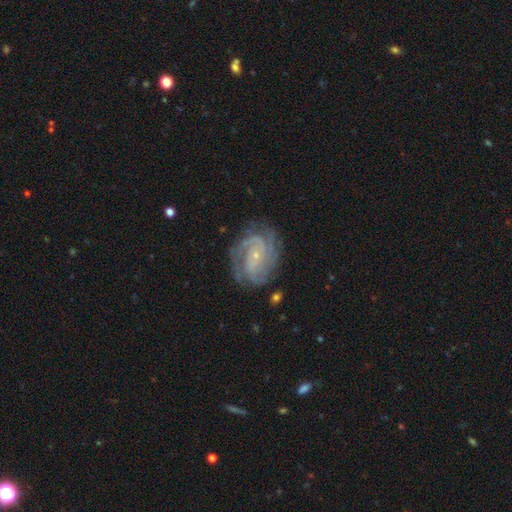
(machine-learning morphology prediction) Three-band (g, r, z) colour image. It shows a featured or disk galaxy (88%) with no bar (62%), 3 (29%) tight (60%) spiral arms (97%) and a small central bulge (83%). Merging: none (77%).